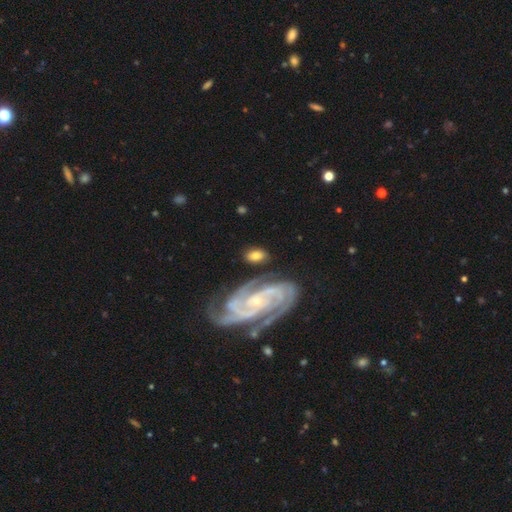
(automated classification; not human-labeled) A smooth galaxy with no disk features (49%). Merging: none (71%).